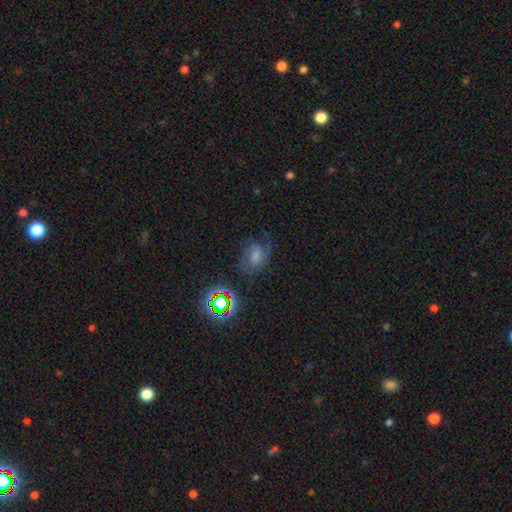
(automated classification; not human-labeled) Smooth or featured: featured or disk — 41% (smooth — 31%)
Merging: none — 58% (minor disturbance — 22%)